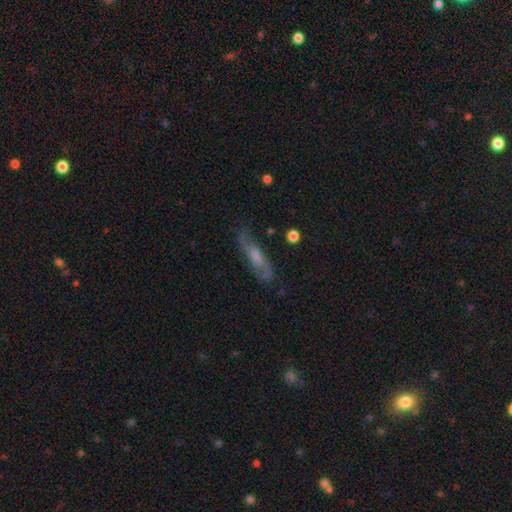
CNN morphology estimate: Overall: featured or disk (61%; smooth 31%). Edge-on disk: no (70%). Merging: none (70%).